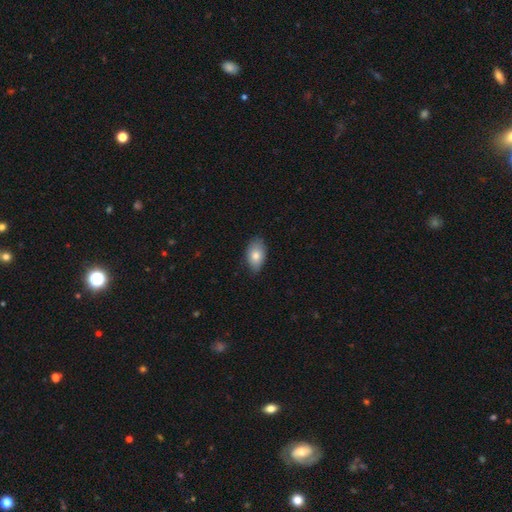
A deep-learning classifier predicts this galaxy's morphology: This is likely a smooth galaxy (79%). How rounded: clearly in between (90%). Merging: likely none (77%).